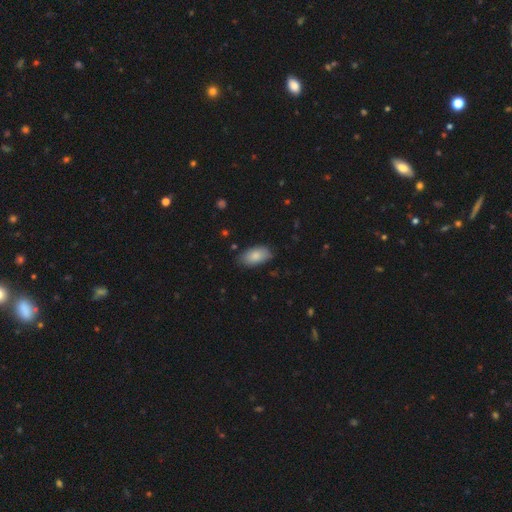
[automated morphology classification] A smooth galaxy with no disk features (85%) that is in between round and cigar-shaped (94%).

Vote fractions:
- Smooth or featured? smooth: 85% / featured or disk: 9% / star or artifact: 6%
- How rounded? in between: 94% / round: 3% / cigar-shaped: 3%
- Merging? none: 80% / minor disturbance: 16% / major disturbance: 3% / merger: 1%